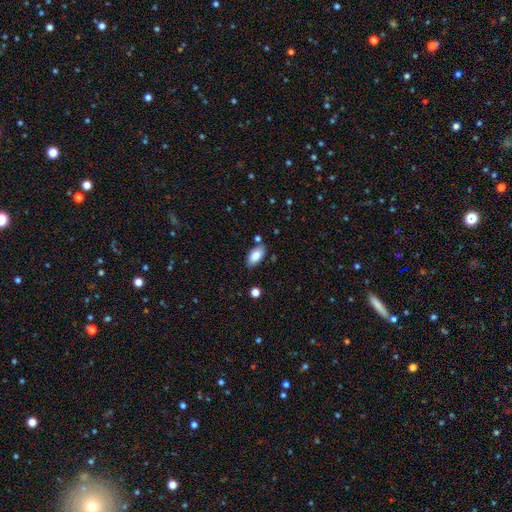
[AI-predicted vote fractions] Morphology: type=smooth (84%); roundness=in between (93%); merging=none (80%).